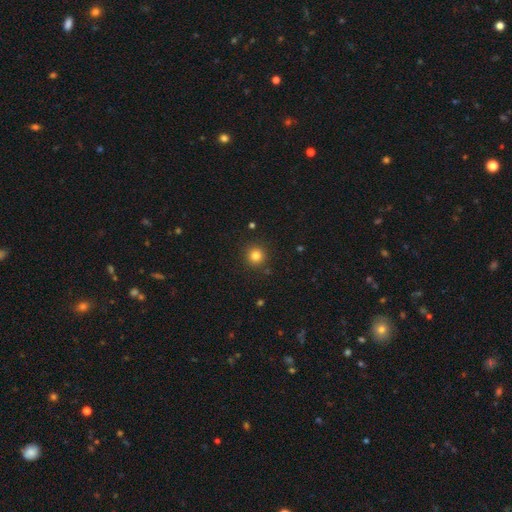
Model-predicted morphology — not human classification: Smooth or featured: smooth — 82% (star or artifact — 13%)
How rounded: round — 94% (in between — 5%)
Merging: none — 90% (minor disturbance — 6%)